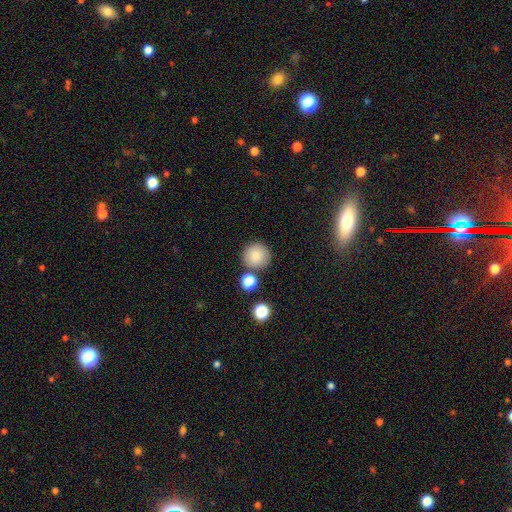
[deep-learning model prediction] Overall: smooth (85%). How rounded: round (94%). Merging: none (82%).